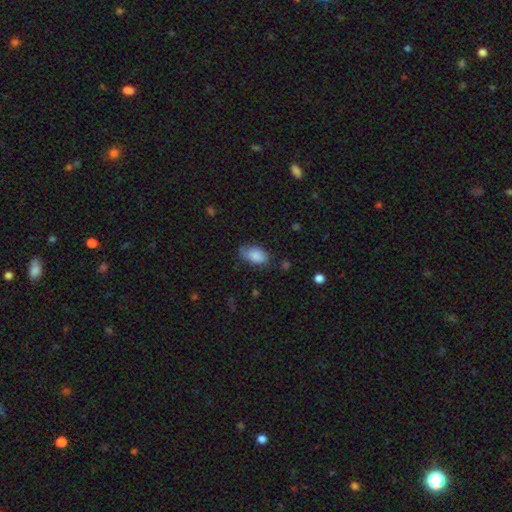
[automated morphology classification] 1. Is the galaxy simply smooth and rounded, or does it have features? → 85% smooth, 8% featured or disk, 7% star or artifact.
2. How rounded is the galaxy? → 92% in between, 5% round, 2% cigar-shaped.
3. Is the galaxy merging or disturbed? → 66% none, 26% minor disturbance, 6% major disturbance, 2% merger.